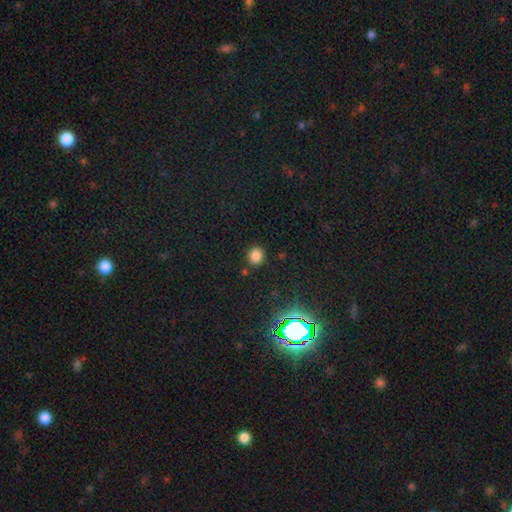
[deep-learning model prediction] Q: Smooth or featured?
A: smooth (80%); runner-up: star or artifact (15%)
Q: How rounded?
A: round (82%); runner-up: in between (17%)
Q: Merging?
A: none (86%); runner-up: minor disturbance (8%)